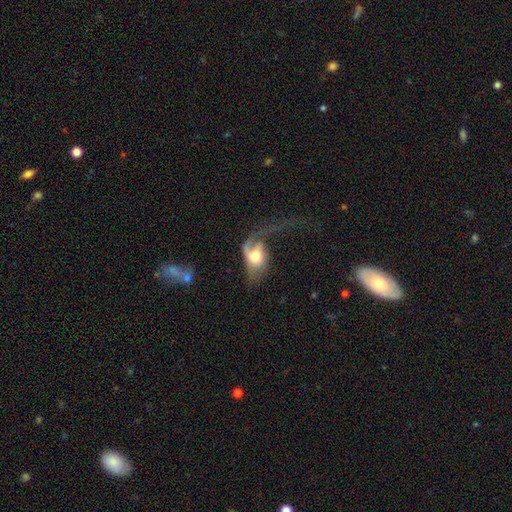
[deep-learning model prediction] The model was most divided on "smooth or featured": featured or disk: 56%, smooth: 37%, star or artifact: 7%. More confident: edge-on disk — no (94%); spiral arms — yes (72%); bar — no (69%); merging — major disturbance (62%); bulge size — moderate (53%).